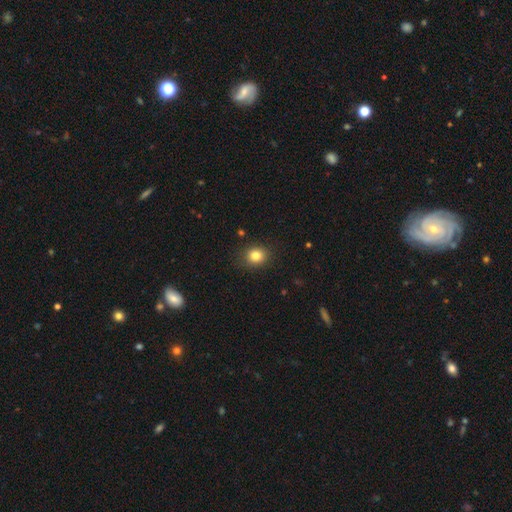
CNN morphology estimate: This appears to be a smooth galaxy with no disk features (82%) that is round (71%). Merging: none (87%).